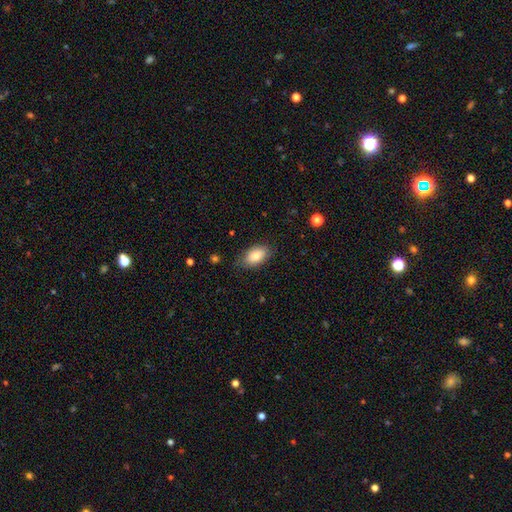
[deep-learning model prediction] Smooth or featured? smooth (84%)
How rounded? in between (93%)
Merging? none (78%)